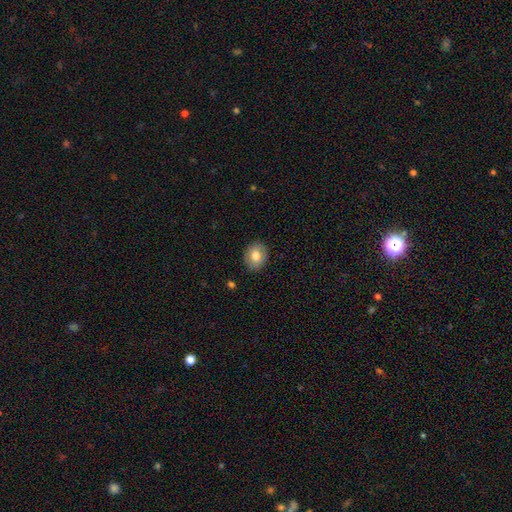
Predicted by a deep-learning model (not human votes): smooth 73%, featured or disk 19%, star or artifact 8%. Down the decision tree: how rounded — round (51%); merging — none (88%).